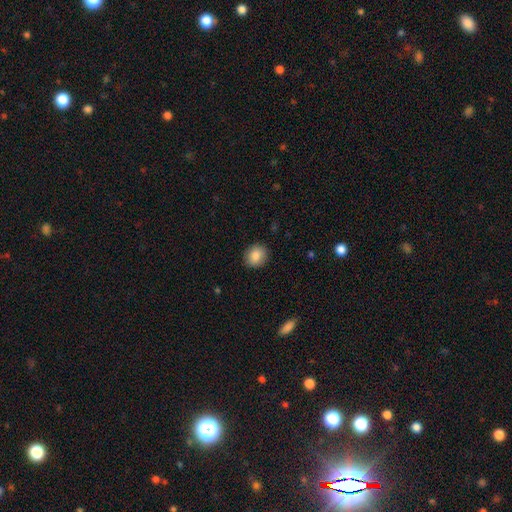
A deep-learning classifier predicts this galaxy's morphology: Smooth or featured?
  - smooth: 86% *
  - star or artifact: 8%
  - featured or disk: 6%
How rounded?
  - round: 74% *
  - in between: 25%
  - cigar-shaped: 1%
Merging?
  - none: 90% *
  - minor disturbance: 7%
  - major disturbance: 2%
  - merger: 1%